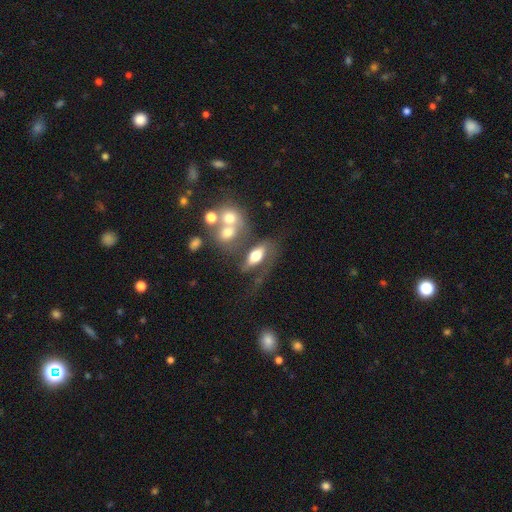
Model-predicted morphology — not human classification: A smooth galaxy with no disk features (59%) that is in between round and cigar-shaped (82%).

Vote fractions:
- Smooth or featured? smooth: 59% / featured or disk: 31% / star or artifact: 9%
- How rounded? in between: 82% / cigar-shaped: 11% / round: 7%
- Merging? none: 38% / merger: 24% / major disturbance: 20% / minor disturbance: 18%